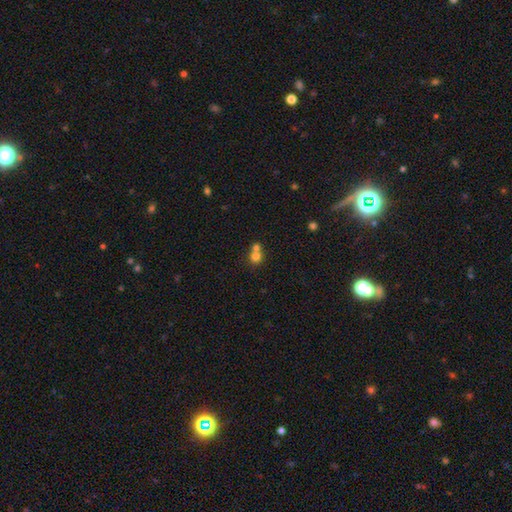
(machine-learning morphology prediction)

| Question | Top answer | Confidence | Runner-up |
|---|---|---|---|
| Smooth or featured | smooth | 76% | star or artifact (13%) |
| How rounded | round | 84% | in between (15%) |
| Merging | merger | 54% | none (38%) |